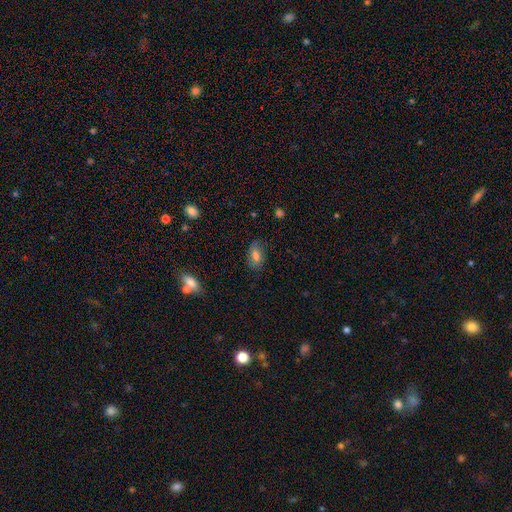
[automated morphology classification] Smooth or featured? smooth (72%)
How rounded? in between (88%)
Merging? none (79%)